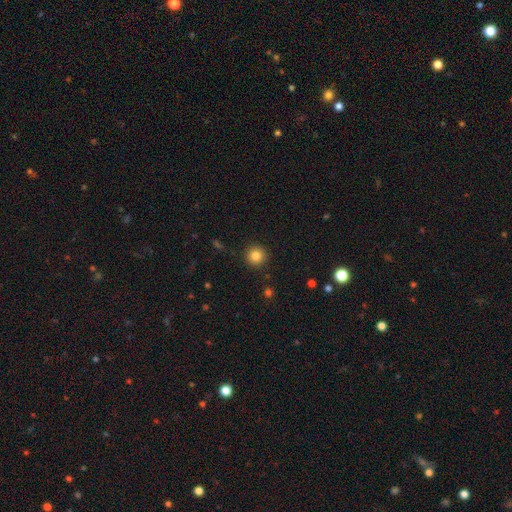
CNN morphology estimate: smooth_or_featured: smooth (p=0.83) [alt: star or artifact p=0.11]
how_rounded: round (p=0.95) [alt: in between p=0.04]
merging: none (p=0.92) [alt: minor disturbance p=0.05]